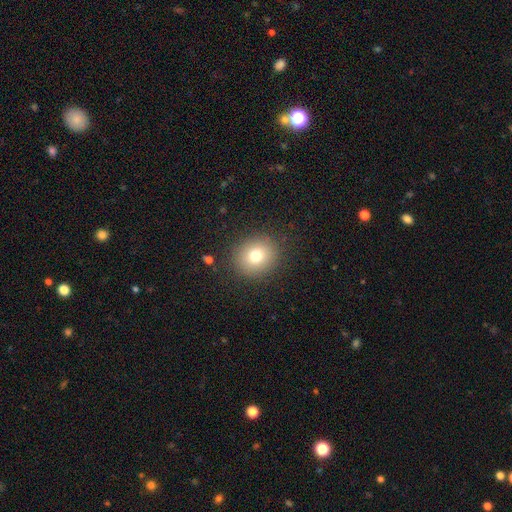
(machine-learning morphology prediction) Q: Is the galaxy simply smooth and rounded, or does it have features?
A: smooth — 75%.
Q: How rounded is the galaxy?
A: round — 78%.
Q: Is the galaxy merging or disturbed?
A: none — 88%.